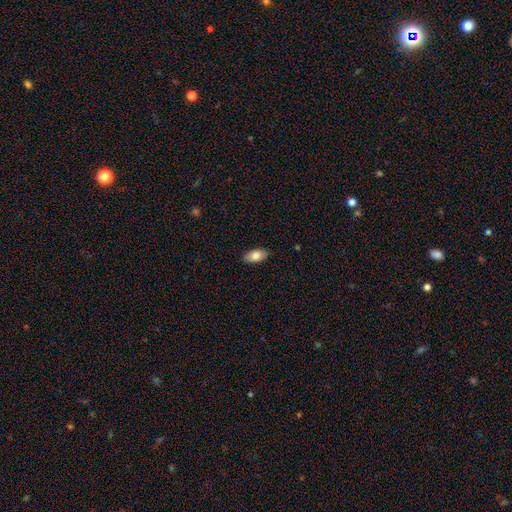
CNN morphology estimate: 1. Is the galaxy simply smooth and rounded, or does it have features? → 82% smooth, 12% featured or disk, 7% star or artifact.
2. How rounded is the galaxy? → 92% in between, 5% cigar-shaped, 3% round.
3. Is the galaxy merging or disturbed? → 88% none, 10% minor disturbance, 2% major disturbance, 1% merger.